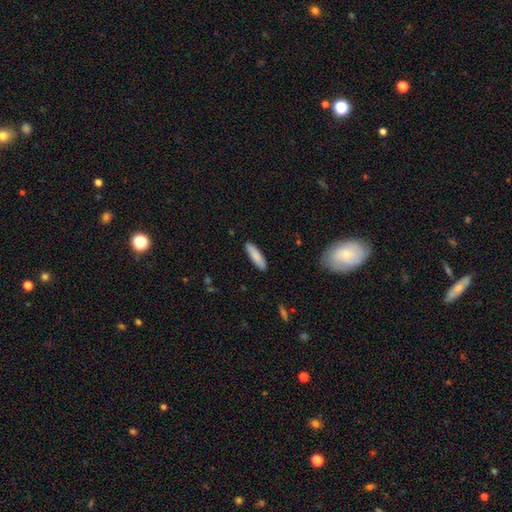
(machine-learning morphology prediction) smooth_or_featured: smooth (p=0.85) [alt: featured or disk p=0.09]
how_rounded: cigar-shaped (p=0.65) [alt: in between p=0.34]
merging: none (p=0.90) [alt: minor disturbance p=0.07]